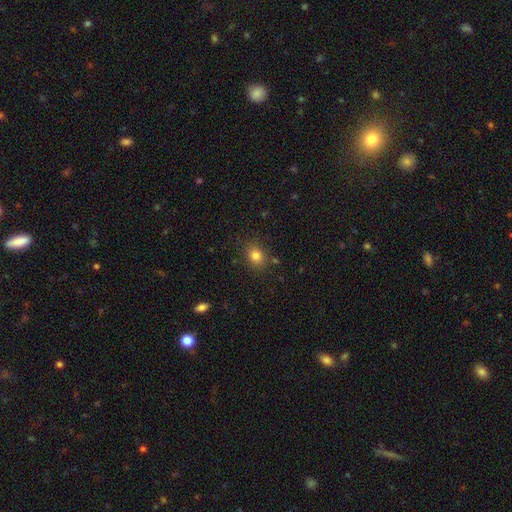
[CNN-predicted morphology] smooth 82%, star or artifact 12%, featured or disk 7%. Down the decision tree: how rounded — round (54%); merging — none (82%).